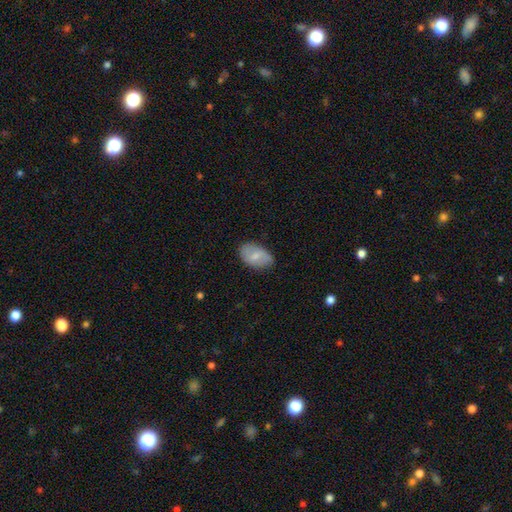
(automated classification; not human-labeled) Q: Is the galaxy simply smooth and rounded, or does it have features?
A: smooth — 68%.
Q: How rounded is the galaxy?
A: in between — 92%.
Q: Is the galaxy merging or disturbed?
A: none — 73%.